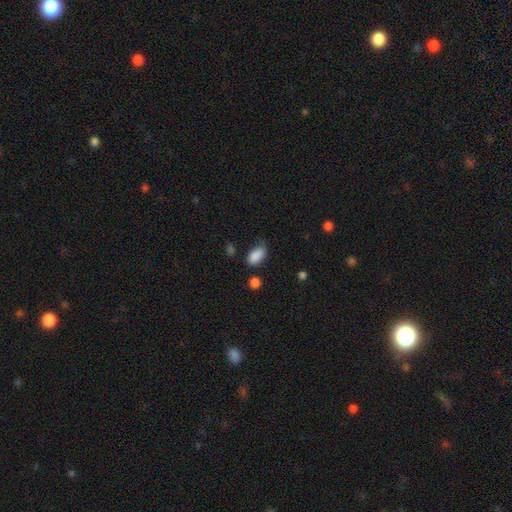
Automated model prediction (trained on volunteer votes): smooth-or-featured: smooth: 88% | star or artifact: 8% | featured or disk: 4%
  how-rounded: in between: 92% | round: 5% | cigar-shaped: 3%
  merging: none: 62% | minor disturbance: 29% | major disturbance: 6% | merger: 3%